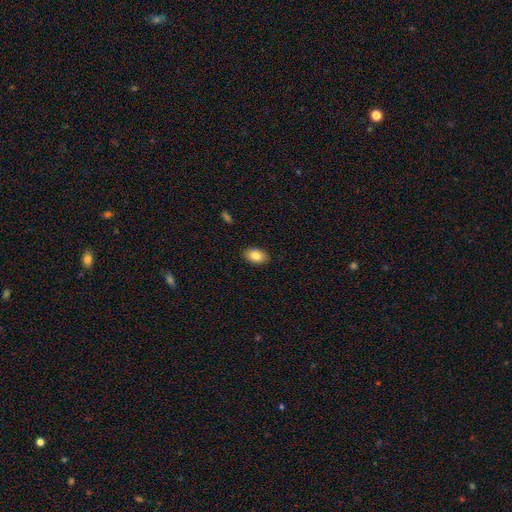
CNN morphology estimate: This is clearly a smooth galaxy (83%). How rounded: clearly in between (90%). Merging: clearly none (89%).